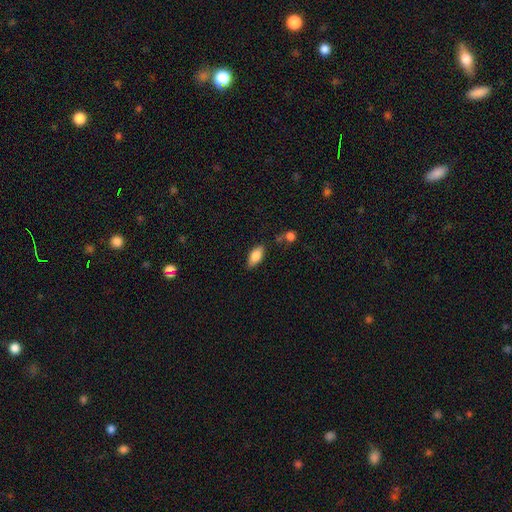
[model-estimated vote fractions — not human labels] The model was most divided on "merging": none: 76%, minor disturbance: 16%, merger: 4%, major disturbance: 4%. More confident: how rounded — in between (87%); smooth or featured — smooth (80%).